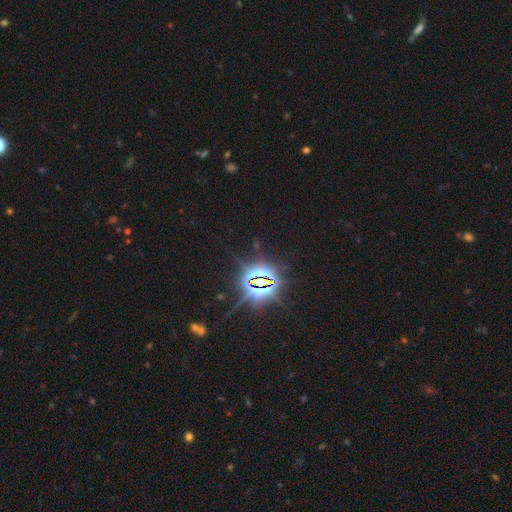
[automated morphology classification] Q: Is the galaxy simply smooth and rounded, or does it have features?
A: star or artifact — 85%.